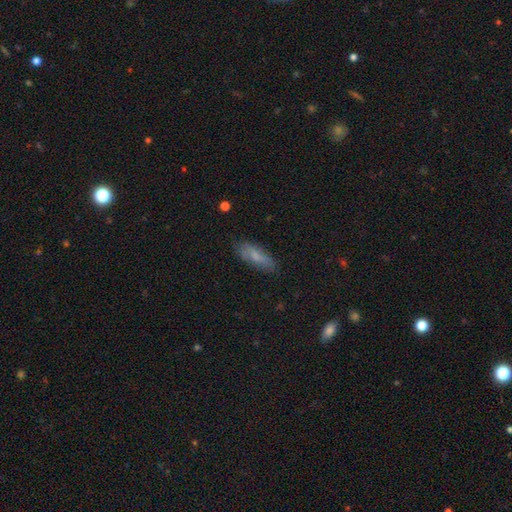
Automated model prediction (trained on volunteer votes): smooth_or_featured: smooth (p=0.72) [alt: featured or disk p=0.21]
how_rounded: in between (p=0.58) [alt: cigar-shaped p=0.40]
merging: none (p=0.74) [alt: minor disturbance p=0.19]